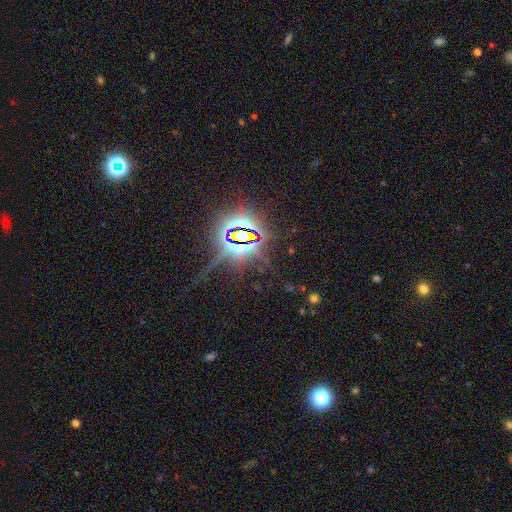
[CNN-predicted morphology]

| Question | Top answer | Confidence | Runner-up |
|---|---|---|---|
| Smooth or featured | star or artifact | 85% | smooth (8%) |